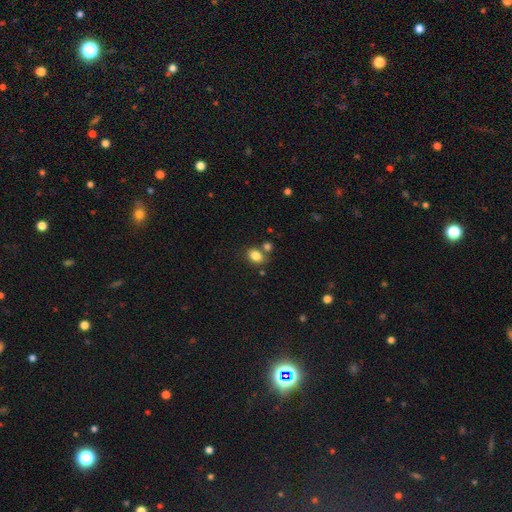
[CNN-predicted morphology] smooth 83%, star or artifact 10%, featured or disk 6%. Down the decision tree: how rounded — in between (69%); merging — none (64%).